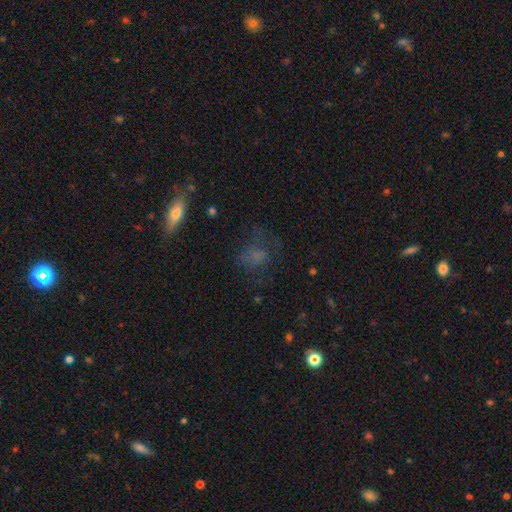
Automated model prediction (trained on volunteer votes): Smooth or featured: smooth — 57% (featured or disk — 23%)
How rounded: round — 49% (in between — 48%)
Merging: none — 53% (major disturbance — 23%)